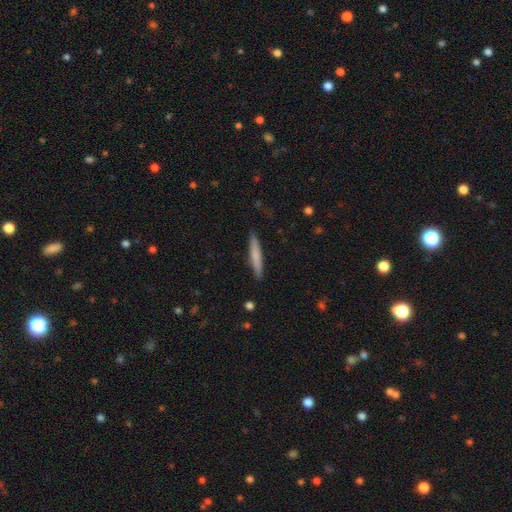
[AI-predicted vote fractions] Q: Smooth or featured?
A: smooth (72%); runner-up: featured or disk (22%)
Q: How rounded?
A: cigar-shaped (95%); runner-up: in between (4%)
Q: Merging?
A: none (89%); runner-up: minor disturbance (8%)